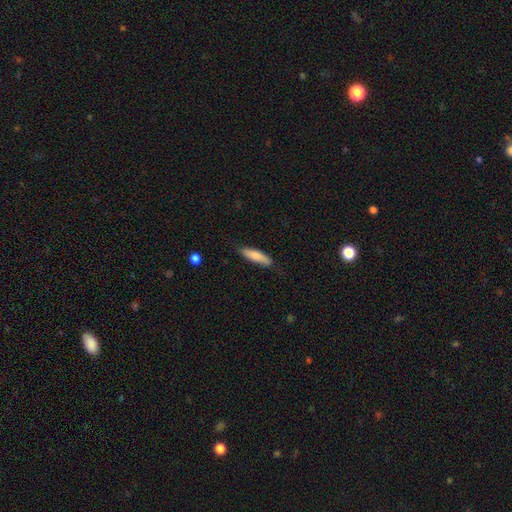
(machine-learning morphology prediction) Overall: smooth (80%). How rounded: cigar-shaped (68%; in between 30%). Merging: none (80%).